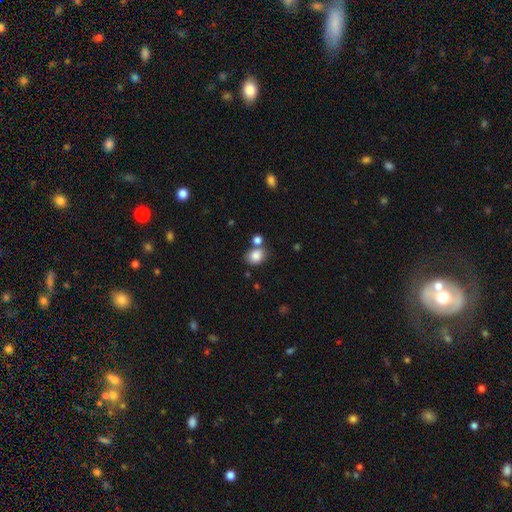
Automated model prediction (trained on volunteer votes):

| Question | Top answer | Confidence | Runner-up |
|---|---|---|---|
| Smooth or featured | smooth | 84% | star or artifact (10%) |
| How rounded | round | 54% | in between (45%) |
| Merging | none | 62% | merger (22%) |